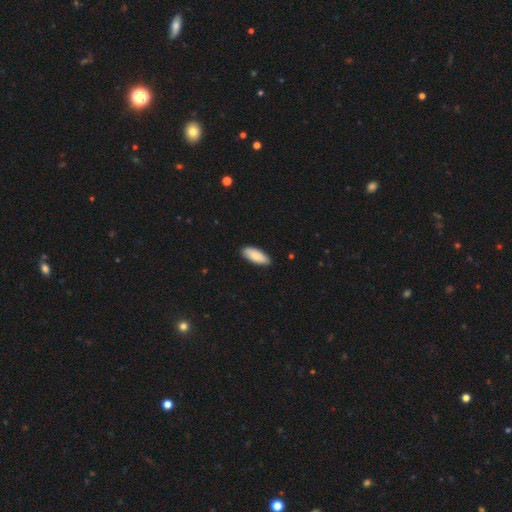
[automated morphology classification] smooth 87%, featured or disk 7%, star or artifact 6%. Down the decision tree: how rounded — in between (78%); merging — none (88%).